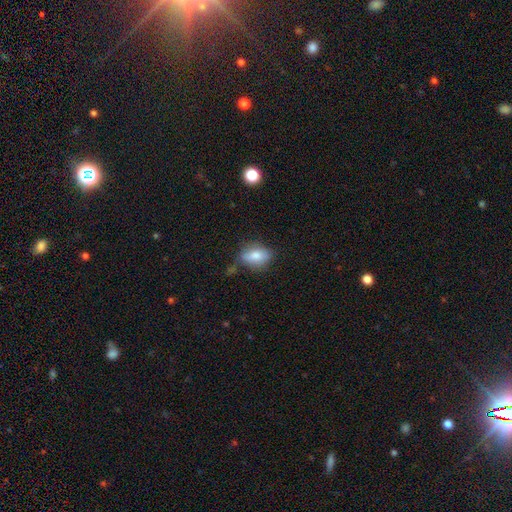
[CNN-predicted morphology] Q: Smooth or featured?
A: smooth (77%); runner-up: featured or disk (14%)
Q: How rounded?
A: in between (81%); runner-up: round (15%)
Q: Merging?
A: none (64%); runner-up: minor disturbance (24%)